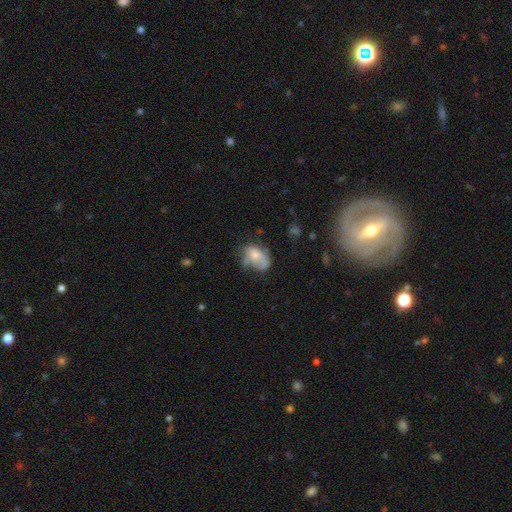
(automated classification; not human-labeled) This is likely a smooth galaxy (61%). How rounded: clearly in between (83%). Merging: marginally none (32%).